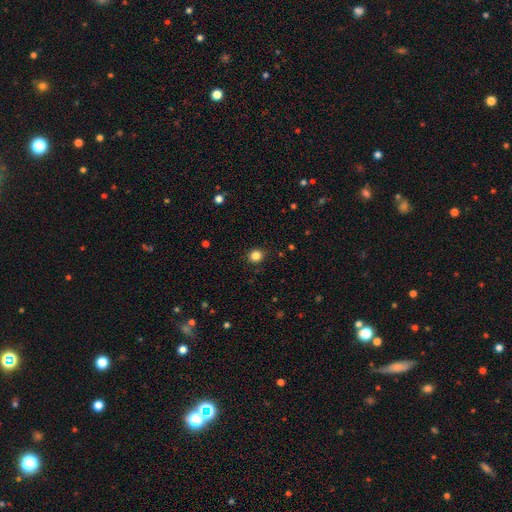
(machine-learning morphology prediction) smooth_or_featured: smooth (p=0.84) [alt: star or artifact p=0.12]
how_rounded: round (p=0.84) [alt: in between p=0.15]
merging: none (p=0.88) [alt: minor disturbance p=0.09]